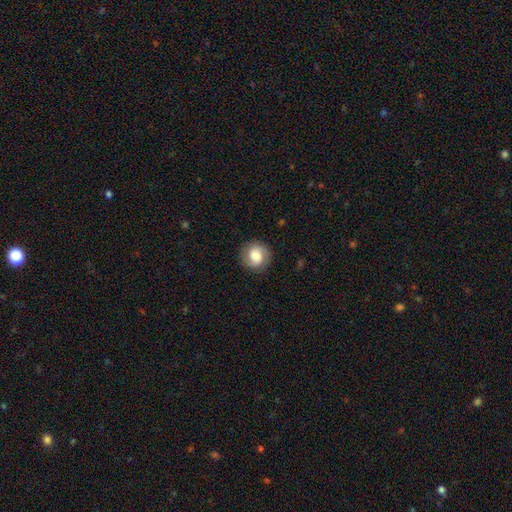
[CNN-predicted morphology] smooth_or_featured: smooth (p=0.67) [alt: featured or disk p=0.25]
how_rounded: round (p=0.86) [alt: in between p=0.13]
merging: none (p=0.84) [alt: minor disturbance p=0.11]